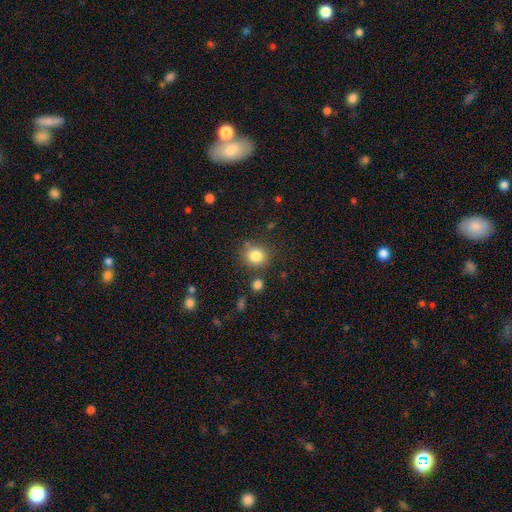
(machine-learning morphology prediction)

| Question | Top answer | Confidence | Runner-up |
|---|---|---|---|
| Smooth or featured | smooth | 83% | star or artifact (11%) |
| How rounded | round | 83% | in between (16%) |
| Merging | none | 77% | minor disturbance (11%) |